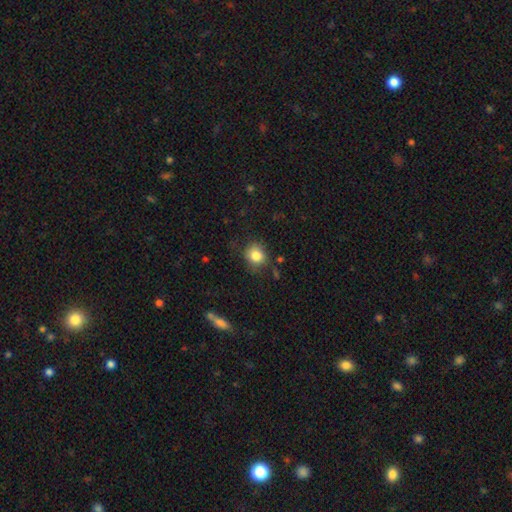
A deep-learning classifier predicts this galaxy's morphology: Q: Smooth or featured?
A: smooth (83%); runner-up: star or artifact (10%)
Q: How rounded?
A: round (77%); runner-up: in between (22%)
Q: Merging?
A: none (76%); runner-up: minor disturbance (17%)